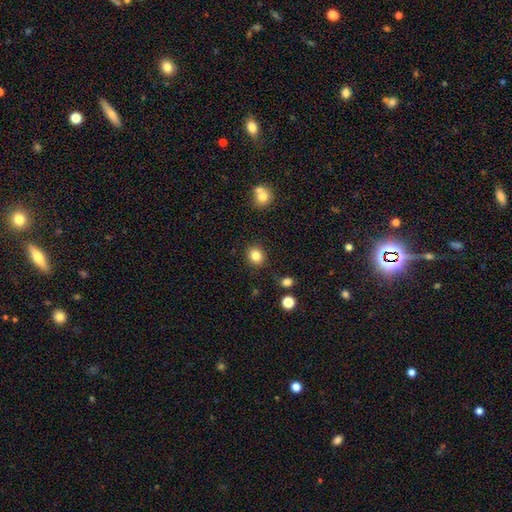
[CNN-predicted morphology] A smooth galaxy with no disk features (84%) that is round (73%). Merging: none (86%).